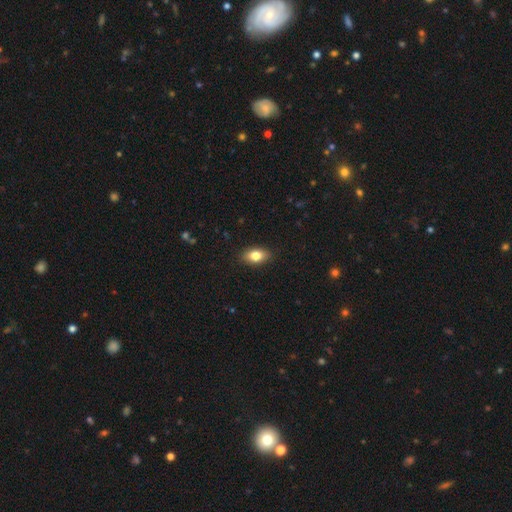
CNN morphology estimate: The model was most divided on "smooth or featured": smooth: 81%, featured or disk: 11%, star or artifact: 8%. More confident: merging — none (89%); how rounded — in between (87%).